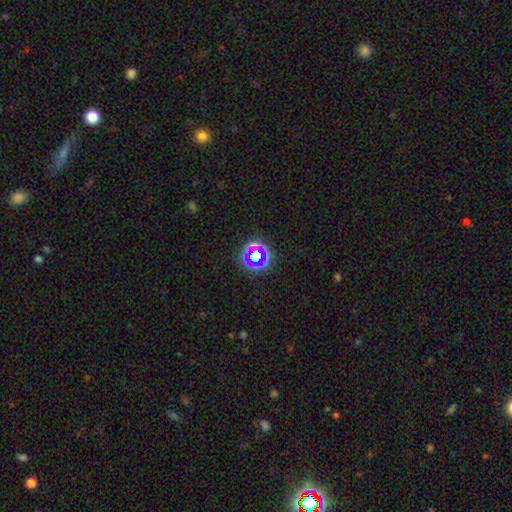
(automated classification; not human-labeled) Smooth or featured? Predicted: star or artifact (p=0.52).